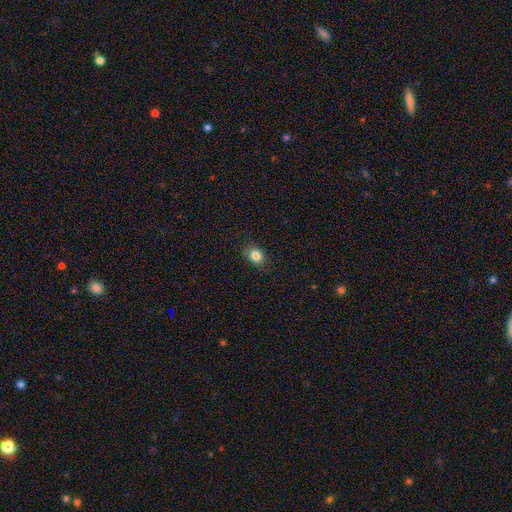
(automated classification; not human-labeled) A smooth galaxy with no disk features (83%) that is in between round and cigar-shaped (50%). Merging: none (79%).